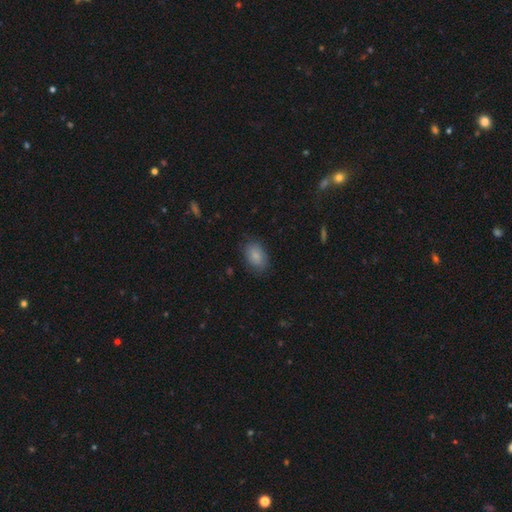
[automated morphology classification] A smooth galaxy with no disk features (86%) that is in between round and cigar-shaped (87%).

Vote fractions:
- Smooth or featured? smooth: 86% / star or artifact: 7% / featured or disk: 7%
- How rounded? in between: 87% / round: 11% / cigar-shaped: 1%
- Merging? none: 80% / minor disturbance: 15% / major disturbance: 4% / merger: 1%